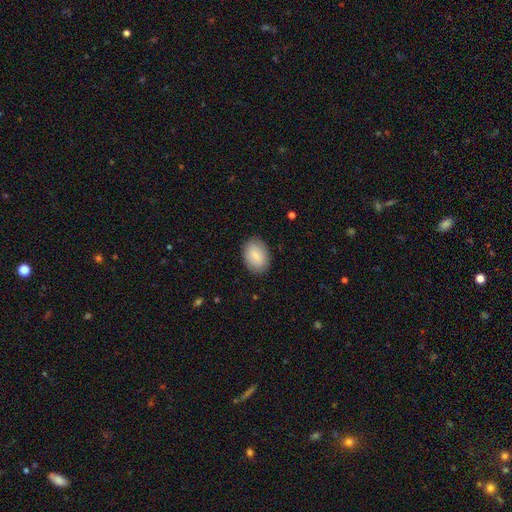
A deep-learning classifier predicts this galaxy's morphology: Overall: smooth (82%). How rounded: in between (82%). Merging: none (85%).